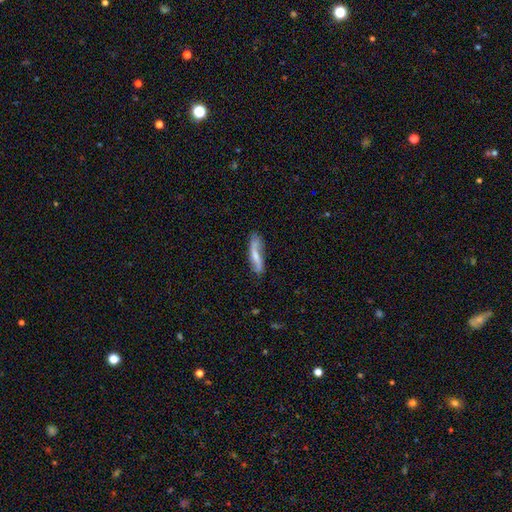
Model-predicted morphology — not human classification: type=featured or disk (49%); merging=none (67%).